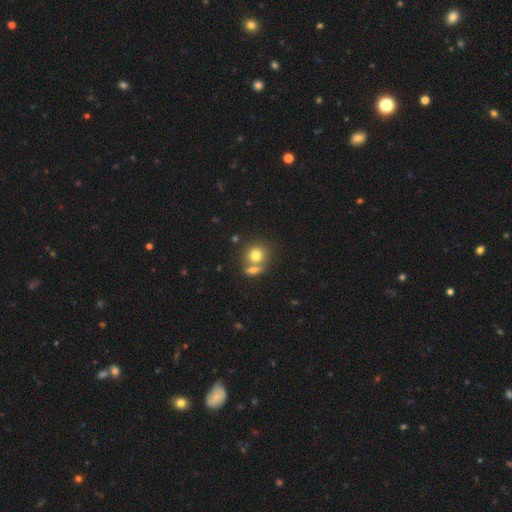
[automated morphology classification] Overall: smooth (77%). How rounded: round (79%). Merging: none (46%; merger 41%).